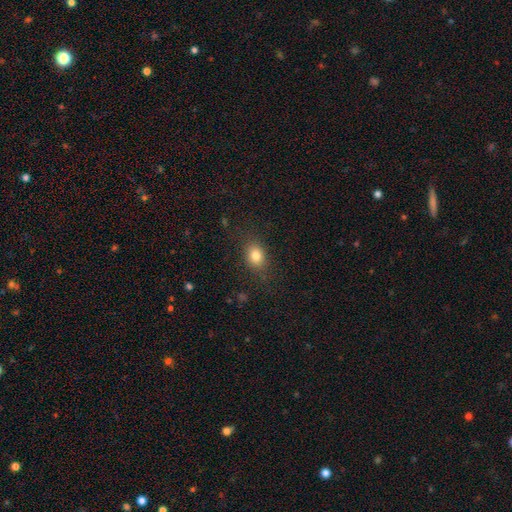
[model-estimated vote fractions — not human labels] Morphology: type=smooth (80%); roundness=in between (58%); merging=none (81%).